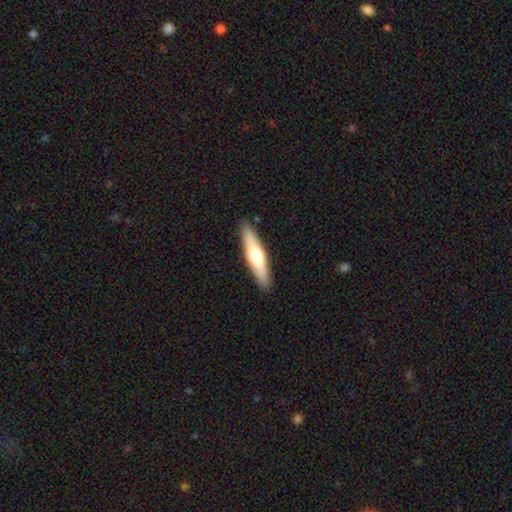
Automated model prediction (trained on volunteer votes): Smooth or featured? smooth (54%)
How rounded? cigar-shaped (82%)
Merging? none (90%)